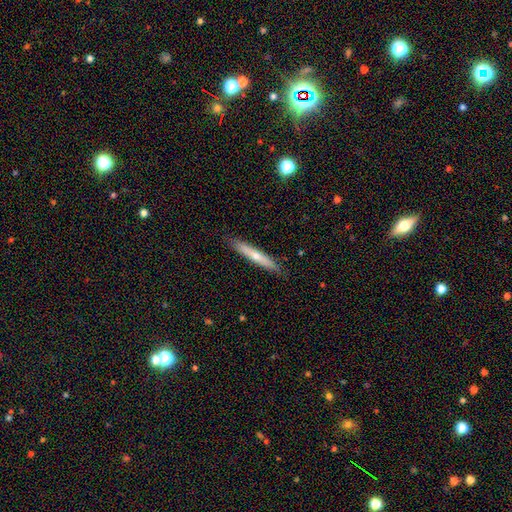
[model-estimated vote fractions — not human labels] This appears to be a smooth galaxy with no disk features (48%). Merging: none (89%).